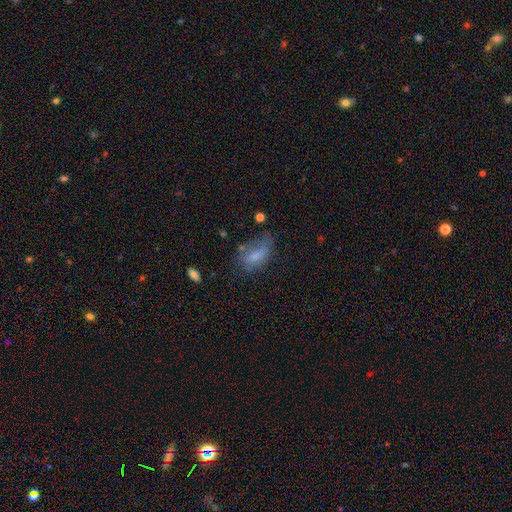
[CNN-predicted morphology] Overall: smooth (65%; featured or disk 25%). How rounded: in between (83%). Merging: none (42%; minor disturbance 31%).